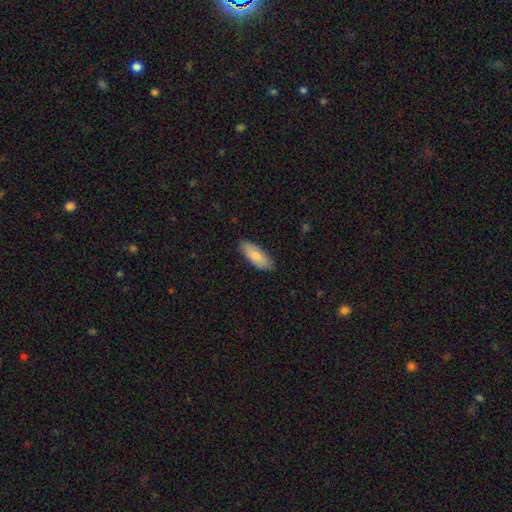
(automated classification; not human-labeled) A smooth galaxy with no disk features (83%) that is in between round and cigar-shaped (75%).

Vote fractions:
- Smooth or featured? smooth: 83% / featured or disk: 11% / star or artifact: 5%
- How rounded? in between: 75% / cigar-shaped: 23% / round: 2%
- Merging? none: 86% / minor disturbance: 11% / major disturbance: 2% / merger: 1%